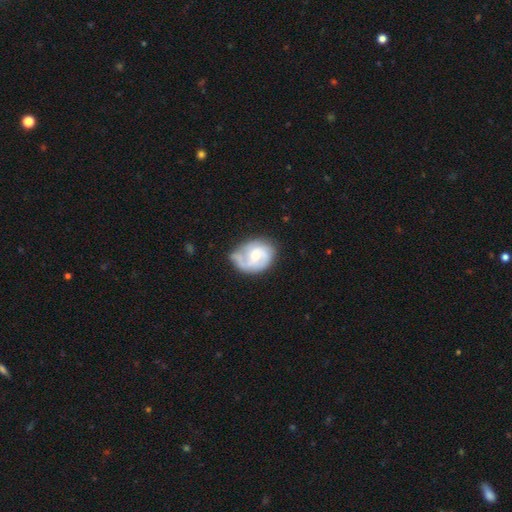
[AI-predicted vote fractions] Q: Smooth or featured?
A: featured or disk (69%); runner-up: smooth (25%)
Q: Edge-on disk?
A: no (98%); runner-up: yes (2%)
Q: Bar?
A: no (54%); runner-up: weak (40%)
Q: Spiral arms?
A: yes (88%); runner-up: no (12%)
Q: Spiral winding?
A: medium (45%); runner-up: tight (31%)
Q: Spiral arm count?
A: 2 (51%); runner-up: can't tell (18%)
Q: Bulge size?
A: moderate (48%); runner-up: small (42%)
Q: Merging?
A: none (47%); runner-up: minor disturbance (31%)